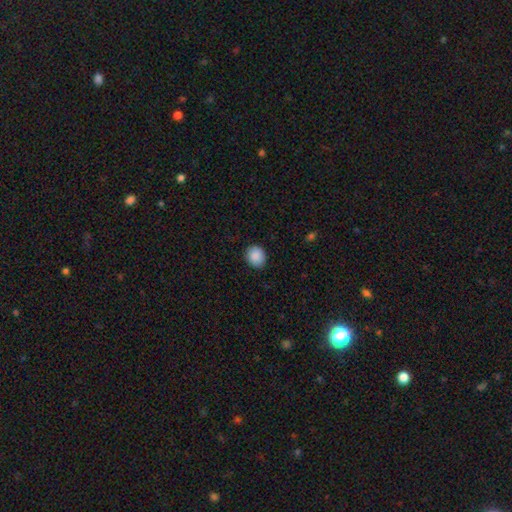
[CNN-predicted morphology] Smooth or featured? Predicted: smooth (p=0.89). How rounded? Predicted: round (p=0.73). Merging? Predicted: none (p=0.89).